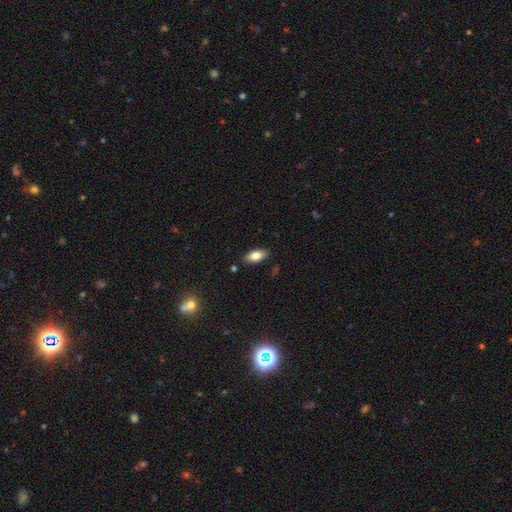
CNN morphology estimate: This appears to be a smooth galaxy with no disk features (79%) that is in between round and cigar-shaped (86%). Merging: none (86%).